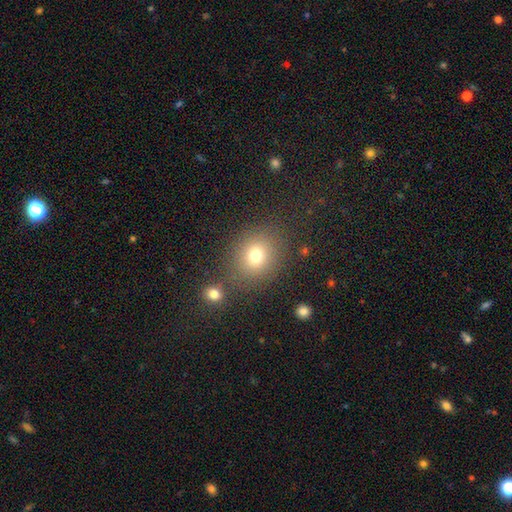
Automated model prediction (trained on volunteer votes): The model was most divided on "how rounded": round: 68%, in between: 31%, cigar-shaped: 1%. More confident: merging — none (77%); smooth or featured — smooth (74%).